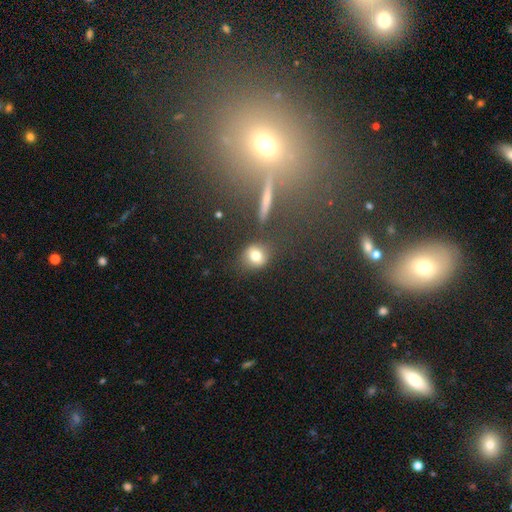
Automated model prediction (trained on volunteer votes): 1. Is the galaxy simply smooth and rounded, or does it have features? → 76% smooth, 12% featured or disk, 12% star or artifact.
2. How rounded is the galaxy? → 67% round, 30% in between, 3% cigar-shaped.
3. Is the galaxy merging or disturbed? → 74% none, 14% minor disturbance, 7% merger, 5% major disturbance.